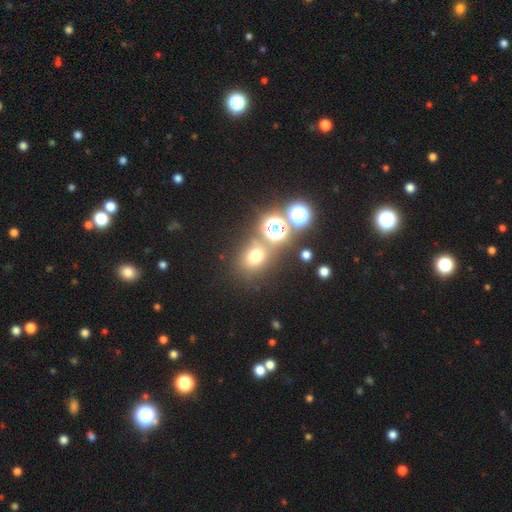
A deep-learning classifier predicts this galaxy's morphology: Smooth or featured: smooth — 62% (star or artifact — 28%)
How rounded: round — 67% (in between — 32%)
Merging: none — 67% (merger — 16%)